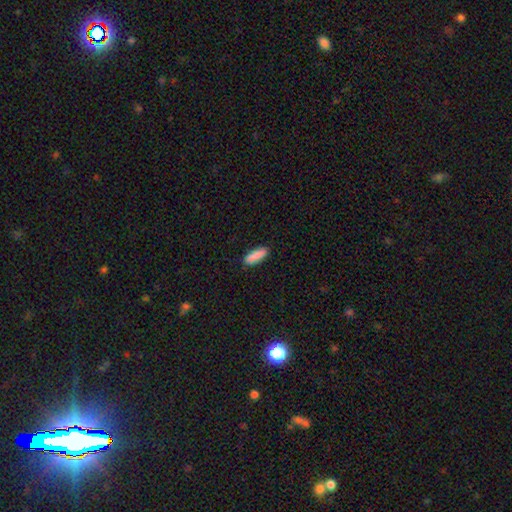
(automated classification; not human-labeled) Smooth or featured? smooth (88%)
How rounded? in between (58%)
Merging? none (87%)